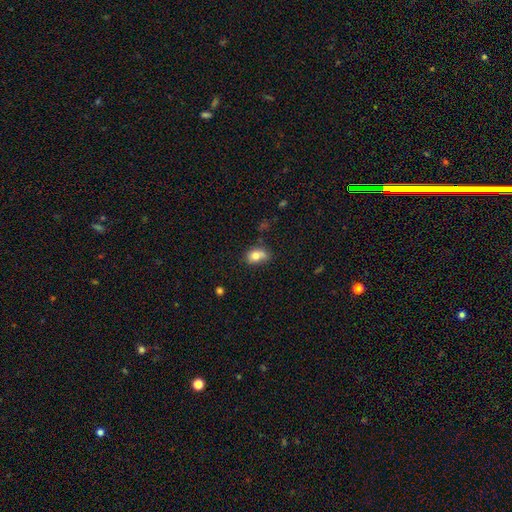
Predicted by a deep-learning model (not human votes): smooth 76%, featured or disk 14%, star or artifact 10%. Down the decision tree: how rounded — in between (66%); merging — none (47%).